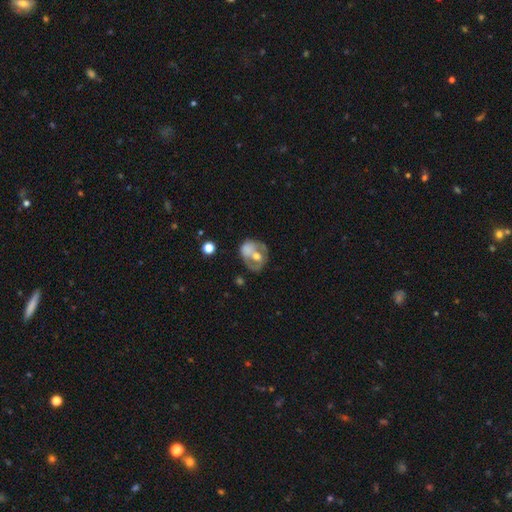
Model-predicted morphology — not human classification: A featured or disk galaxy (48%).

Vote fractions:
- Smooth or featured? featured or disk: 48% / smooth: 44% / star or artifact: 8%
- Merging? none: 36% / merger: 26% / minor disturbance: 20% / major disturbance: 18%